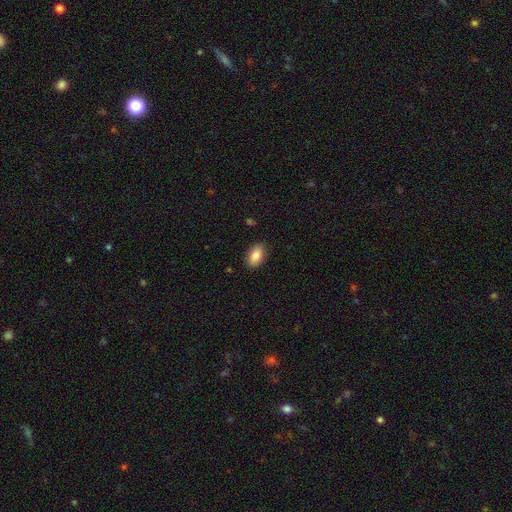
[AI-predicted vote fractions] smooth-or-featured: smooth: 83% | featured or disk: 10% | star or artifact: 7%
  how-rounded: in between: 91% | round: 7% | cigar-shaped: 2%
  merging: none: 88% | minor disturbance: 9% | major disturbance: 2% | merger: 1%